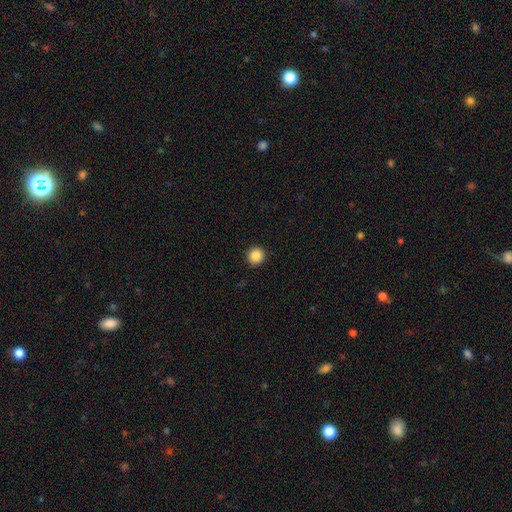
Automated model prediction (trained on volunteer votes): Smooth or featured?
  - smooth: 88% *
  - star or artifact: 10%
  - featured or disk: 3%
How rounded?
  - round: 95% *
  - in between: 4%
  - cigar-shaped: 1%
Merging?
  - none: 93% *
  - minor disturbance: 4%
  - major disturbance: 2%
  - merger: 1%